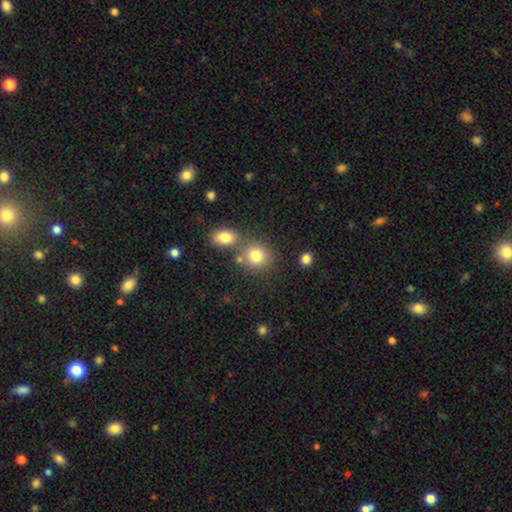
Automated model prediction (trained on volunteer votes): Morphology: type=smooth (80%); roundness=round (81%); merging=none (63%).